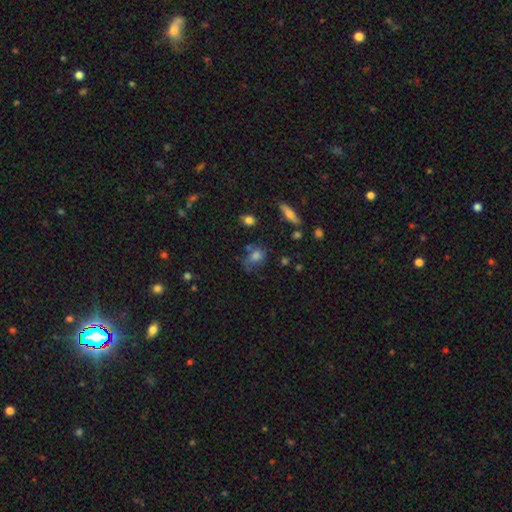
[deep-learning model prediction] This is likely a smooth galaxy (68%). How rounded: likely in between (62%). Merging: possibly none (49%).